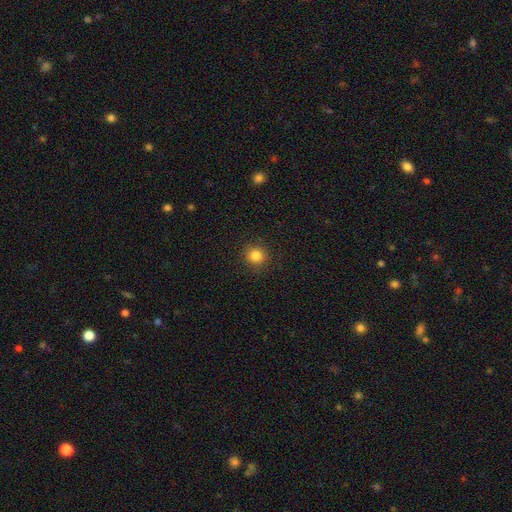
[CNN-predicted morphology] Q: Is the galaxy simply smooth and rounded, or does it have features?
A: smooth — 84%.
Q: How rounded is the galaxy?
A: round — 92%.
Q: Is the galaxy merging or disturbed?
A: none — 90%.